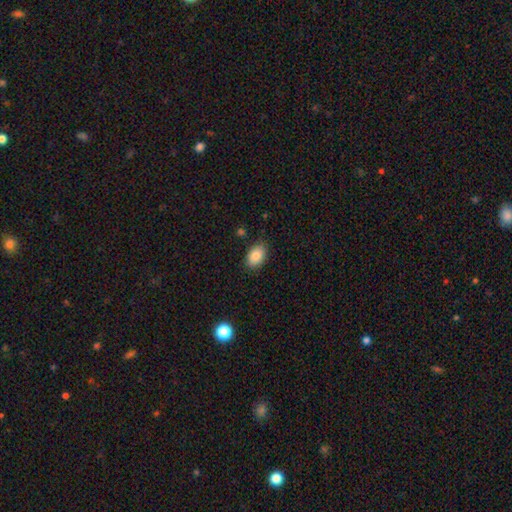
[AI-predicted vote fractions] Morphology: type=smooth (85%); roundness=in between (86%); merging=none (83%).